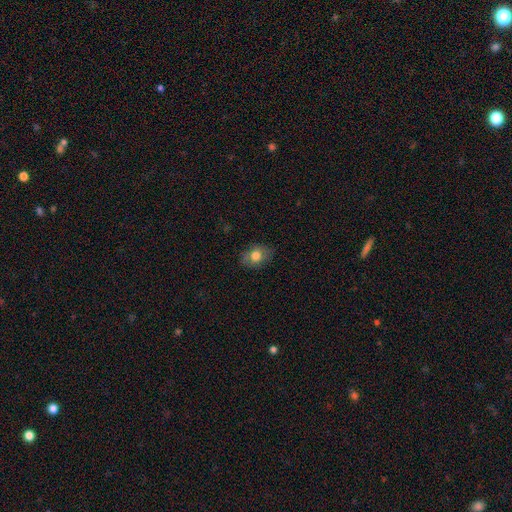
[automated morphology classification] Smooth or featured? smooth (76%)
How rounded? in between (67%)
Merging? none (79%)